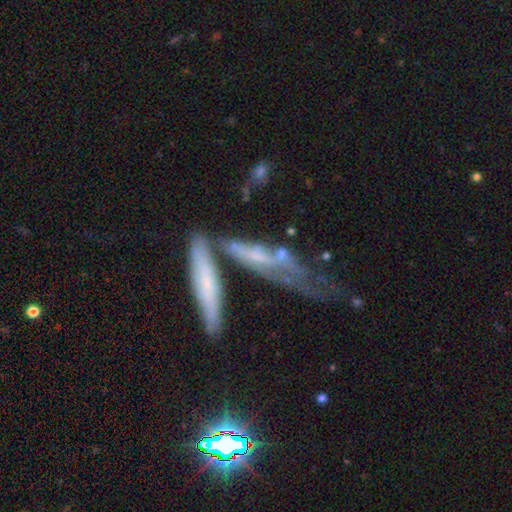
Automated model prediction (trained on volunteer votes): This is possibly a featured or disk galaxy (56%). It is possibly viewed edge-on (56%). Merging: marginally merger (35%).